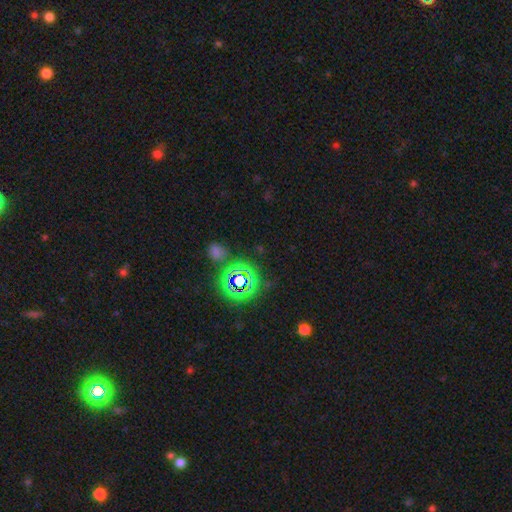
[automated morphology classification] Smooth or featured?
  - star or artifact: 66% *
  - smooth: 20%
  - featured or disk: 14%